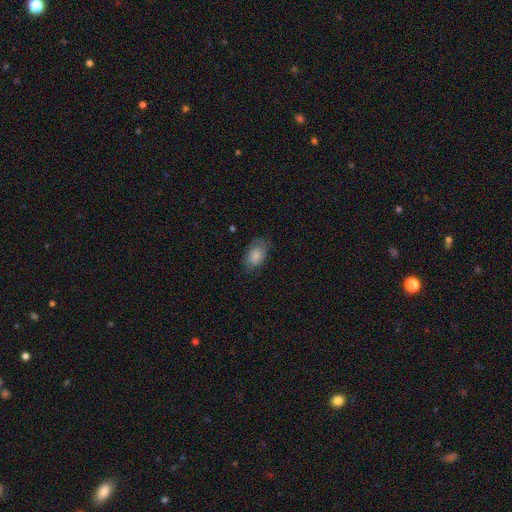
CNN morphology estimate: A smooth galaxy with no disk features (78%) that is in between round and cigar-shaped (88%).

Vote fractions:
- Smooth or featured? smooth: 78% / featured or disk: 14% / star or artifact: 7%
- How rounded? in between: 88% / round: 10% / cigar-shaped: 2%
- Merging? none: 71% / minor disturbance: 21% / major disturbance: 7% / merger: 1%